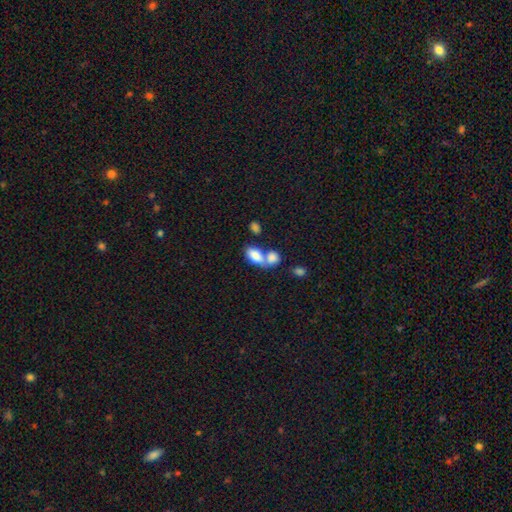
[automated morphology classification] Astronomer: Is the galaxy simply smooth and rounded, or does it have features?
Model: smooth — 81%.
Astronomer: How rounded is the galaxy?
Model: in between — 91%.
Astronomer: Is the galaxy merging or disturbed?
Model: merger — 63%.